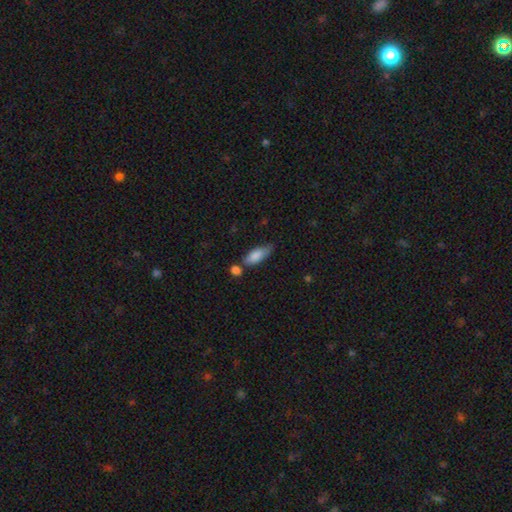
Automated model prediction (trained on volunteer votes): smooth-or-featured: smooth: 82% | featured or disk: 11% | star or artifact: 7%
  how-rounded: in between: 74% | cigar-shaped: 23% | round: 3%
  merging: none: 48% | minor disturbance: 26% | merger: 18% | major disturbance: 7%